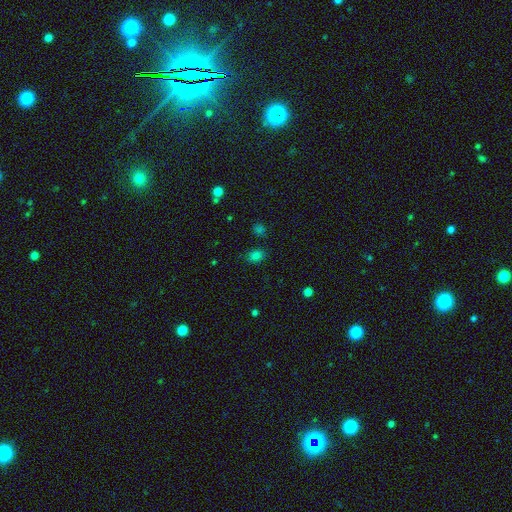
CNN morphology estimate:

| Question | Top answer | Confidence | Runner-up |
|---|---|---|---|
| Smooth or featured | smooth | 78% | star or artifact (17%) |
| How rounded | in between | 66% | round (33%) |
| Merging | none | 82% | minor disturbance (12%) |